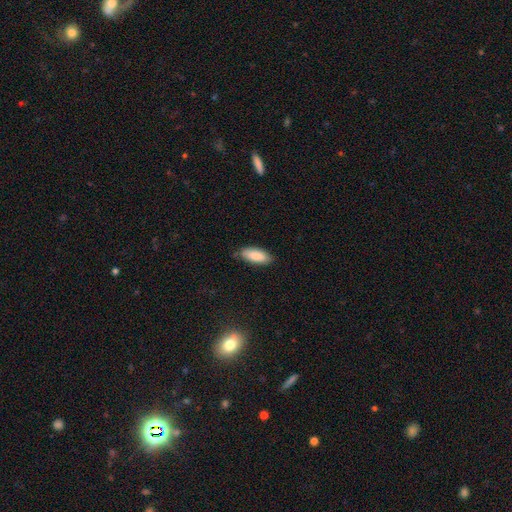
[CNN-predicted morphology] The model was most divided on "how rounded": in between: 79%, cigar-shaped: 19%, round: 2%. More confident: smooth or featured — smooth (88%); merging — none (81%).